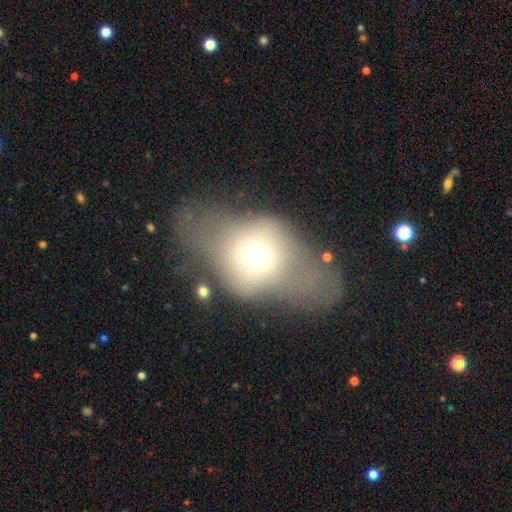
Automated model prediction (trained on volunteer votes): Q: Smooth or featured?
A: smooth (53%); runner-up: featured or disk (34%)
Q: How rounded?
A: in between (58%); runner-up: round (37%)
Q: Merging?
A: major disturbance (42%); runner-up: none (29%)